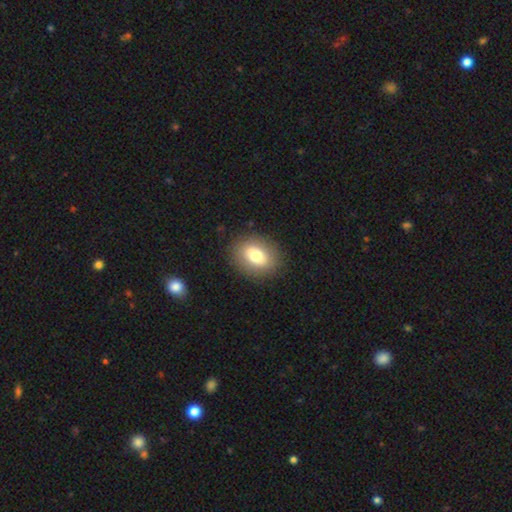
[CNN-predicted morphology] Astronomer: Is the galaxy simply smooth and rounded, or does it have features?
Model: smooth — 75%.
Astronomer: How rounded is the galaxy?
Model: in between — 59% (runner-up: round, 40%).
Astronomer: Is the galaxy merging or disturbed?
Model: none — 87%.